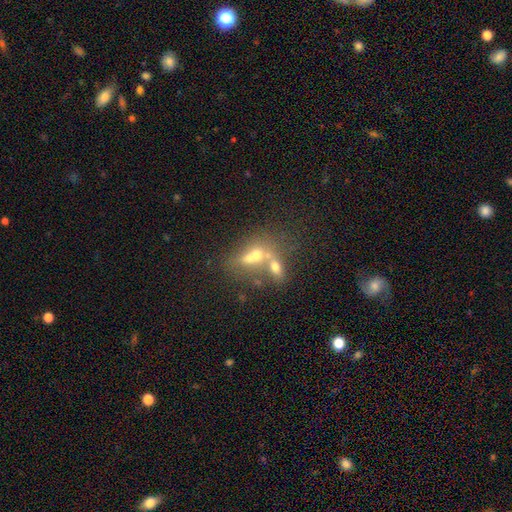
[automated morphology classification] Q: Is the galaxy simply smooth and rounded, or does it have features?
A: smooth — 49%.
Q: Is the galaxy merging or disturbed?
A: merger — 66%.